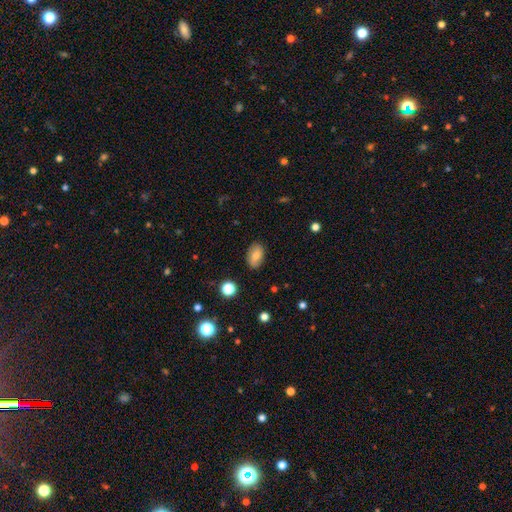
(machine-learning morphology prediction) This is likely a smooth galaxy (72%). How rounded: clearly in between (89%). Merging: clearly none (86%).